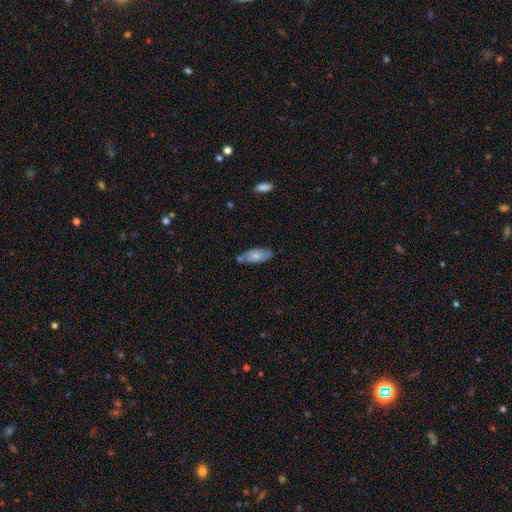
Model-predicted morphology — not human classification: Smooth or featured? Predicted: smooth (p=0.64). How rounded? Predicted: in between (p=0.79). Merging? Predicted: none (p=0.62).